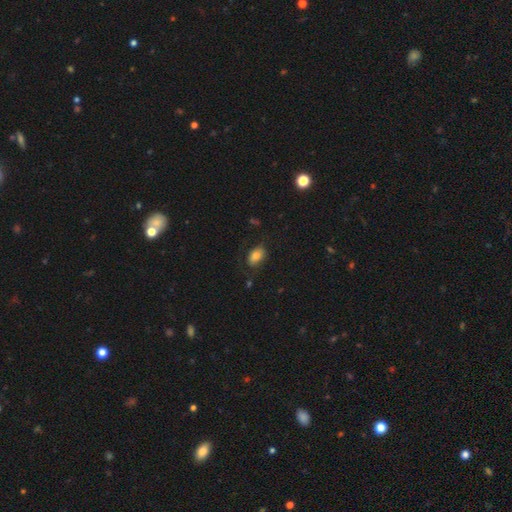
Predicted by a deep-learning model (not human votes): Smooth or featured? smooth (82%)
How rounded? in between (89%)
Merging? none (70%)